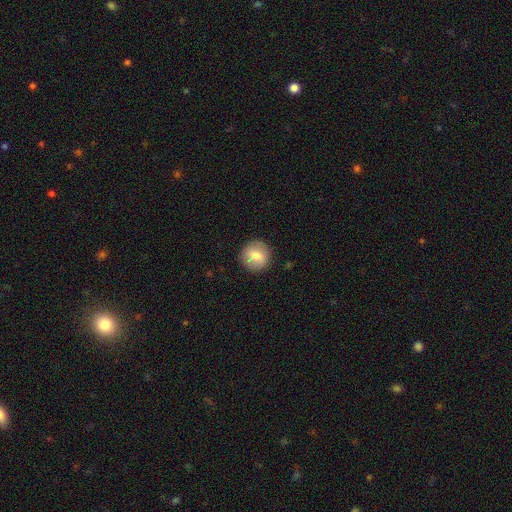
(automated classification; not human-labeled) Smooth or featured? Predicted: smooth (p=0.74). How rounded? Predicted: round (p=0.92). Merging? Predicted: none (p=0.88).